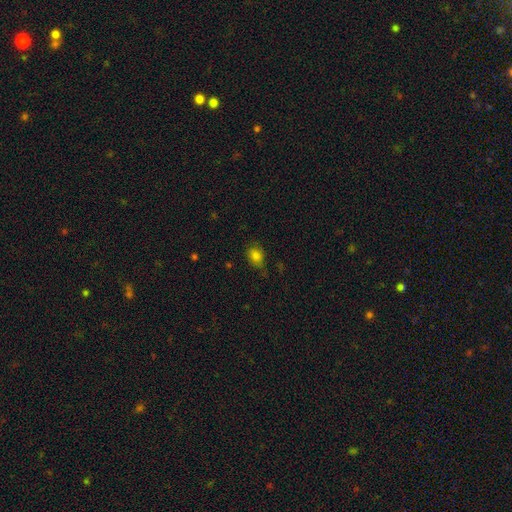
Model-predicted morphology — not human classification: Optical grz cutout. It shows a smooth galaxy with no disk features (80%) that is in between round and cigar-shaped (63%). Merging: none (70%).